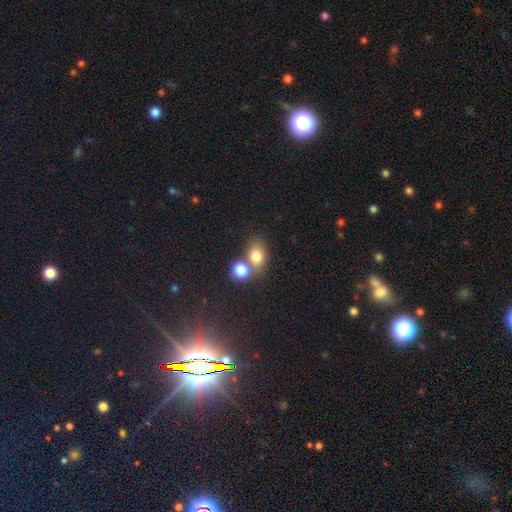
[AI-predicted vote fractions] This is likely a smooth galaxy (80%). How rounded: possibly in between (54%). Merging: possibly merger (46%).